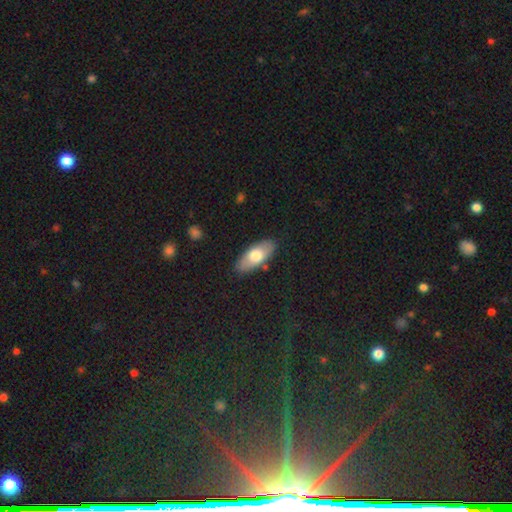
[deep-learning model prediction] Overall: smooth (67%; featured or disk 28%). How rounded: in between (84%). Merging: none (86%).